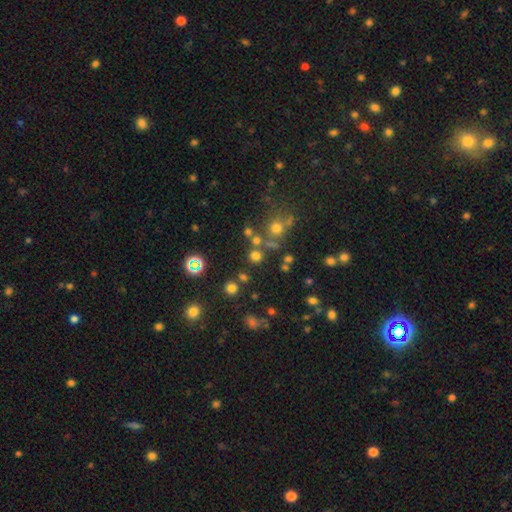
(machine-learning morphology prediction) This appears to be a smooth galaxy with no disk features (65%) that is round (91%). Merging: none (74%).